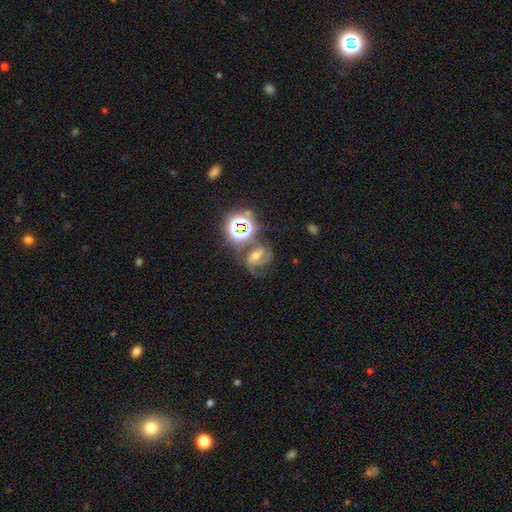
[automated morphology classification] smooth_or_featured: featured or disk (p=0.58) [alt: star or artifact p=0.27]
disk_edge_on: no (p=0.97) [alt: yes p=0.03]
bar: strong (p=0.36) [alt: weak p=0.35]
has_spiral_arms: yes (p=0.91) [alt: no p=0.09]
spiral_winding: medium (p=0.50) [alt: tight p=0.35]
spiral_arm_count: 2 (p=0.51) [alt: 3 p=0.20]
bulge_size: moderate (p=0.56) [alt: small p=0.31]
merging: none (p=0.49) [alt: minor disturbance p=0.19]